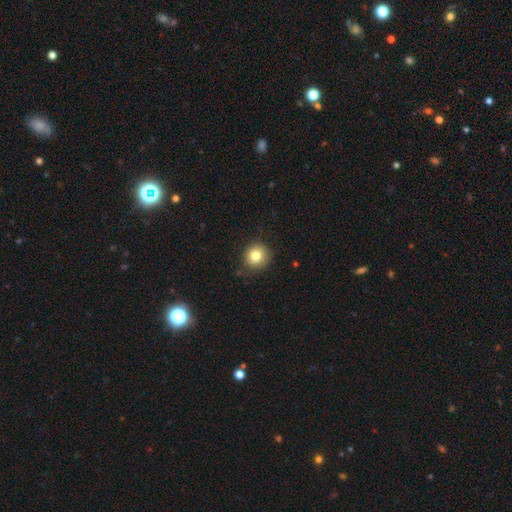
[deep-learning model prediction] The model was most divided on "merging": none: 82%, minor disturbance: 13%, major disturbance: 3%, merger: 1%. More confident: how rounded — round (90%); smooth or featured — smooth (80%).